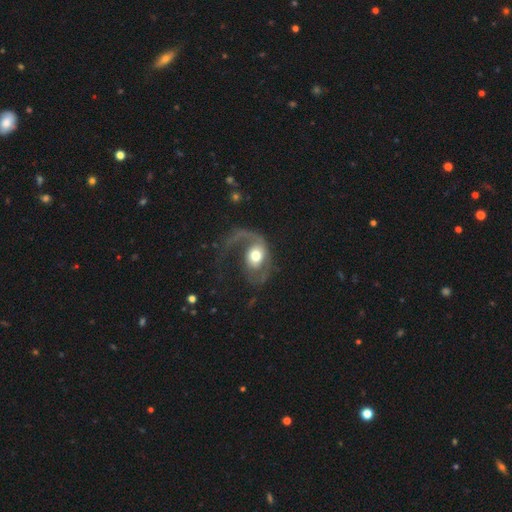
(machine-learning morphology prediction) Smooth or featured?
  - featured or disk: 67% *
  - smooth: 27%
  - star or artifact: 6%
Edge-on disk?
  - no: 97% *
  - yes: 3%
Bar?
  - no: 72% *
  - weak: 21%
  - strong: 7%
Spiral arms?
  - yes: 82% *
  - no: 18%
Spiral winding?
  - loose: 56% *
  - medium: 32%
  - tight: 12%
Spiral arm count?
  - 1: 67% *
  - 2: 25%
  - can't tell: 5%
  - 3: 1%
  - 4: 1%
  - more than 4: 1%
Bulge size?
  - moderate: 57% *
  - large: 30%
  - small: 7%
  - dominant: 4%
  - none: 1%
Merging?
  - major disturbance: 54% *
  - none: 28%
  - minor disturbance: 15%
  - merger: 3%